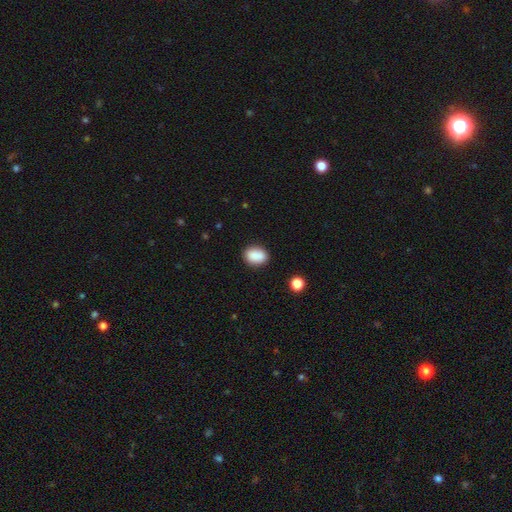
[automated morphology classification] Smooth or featured?
  - smooth: 88% *
  - star or artifact: 8%
  - featured or disk: 4%
How rounded?
  - in between: 77% *
  - round: 22%
  - cigar-shaped: 1%
Merging?
  - none: 84% *
  - minor disturbance: 11%
  - major disturbance: 3%
  - merger: 2%